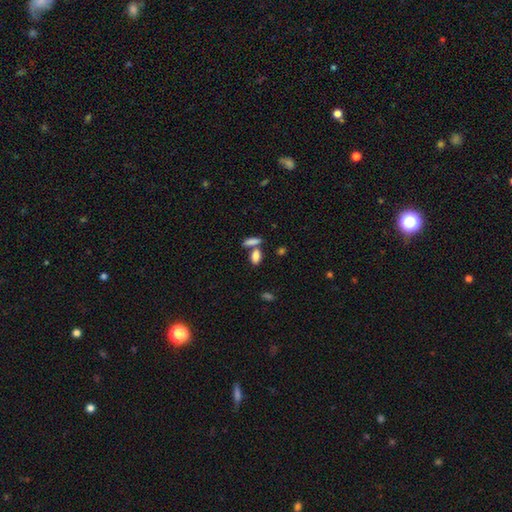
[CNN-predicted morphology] smooth 84%, star or artifact 9%, featured or disk 8%. Down the decision tree: how rounded — in between (82%); merging — none (52%).